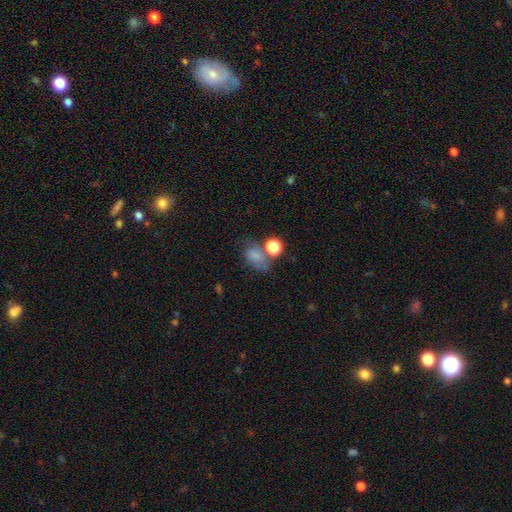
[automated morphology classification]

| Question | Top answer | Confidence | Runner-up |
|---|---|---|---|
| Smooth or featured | smooth | 72% | featured or disk (14%) |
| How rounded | in between | 74% | round (24%) |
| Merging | none | 41% | merger (23%) |